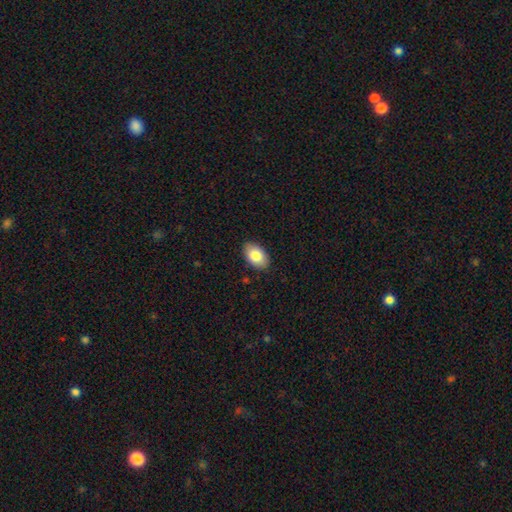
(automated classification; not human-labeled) Morphology: type=smooth (83%); roundness=in between (91%); merging=none (88%).